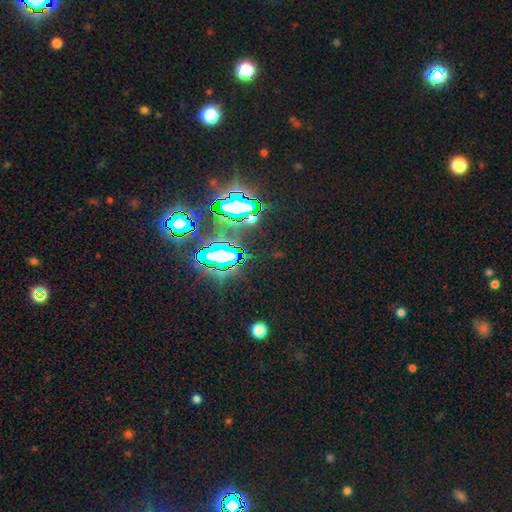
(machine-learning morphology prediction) Overall: star or artifact (82%).